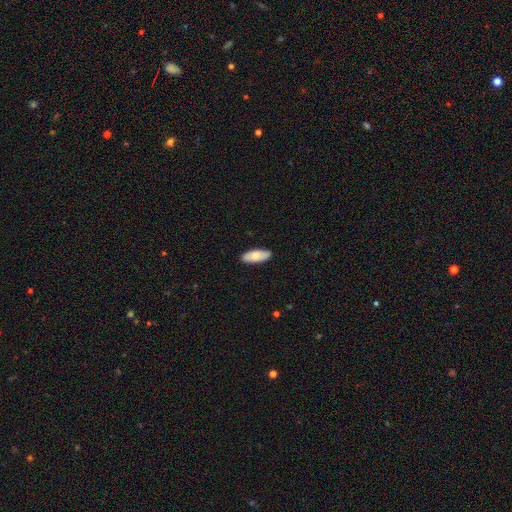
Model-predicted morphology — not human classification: Smooth or featured? Predicted: smooth (p=0.68). How rounded? Predicted: in between (p=0.81). Merging? Predicted: none (p=0.89).